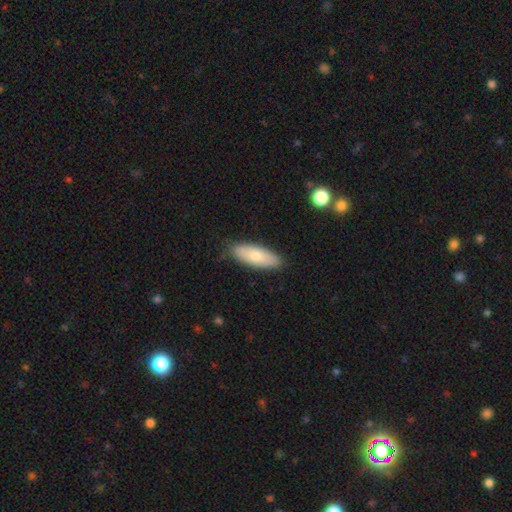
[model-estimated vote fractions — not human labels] The model was most divided on "how rounded": in between: 68%, cigar-shaped: 30%, round: 2%. More confident: merging — none (85%); smooth or featured — smooth (76%).